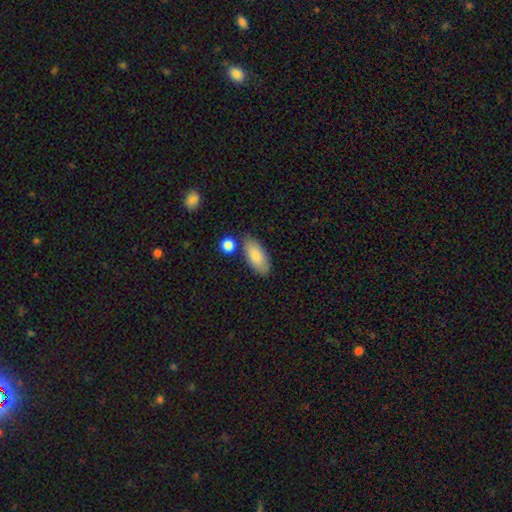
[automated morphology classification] Overall: smooth (83%). How rounded: in between (88%). Merging: none (74%).